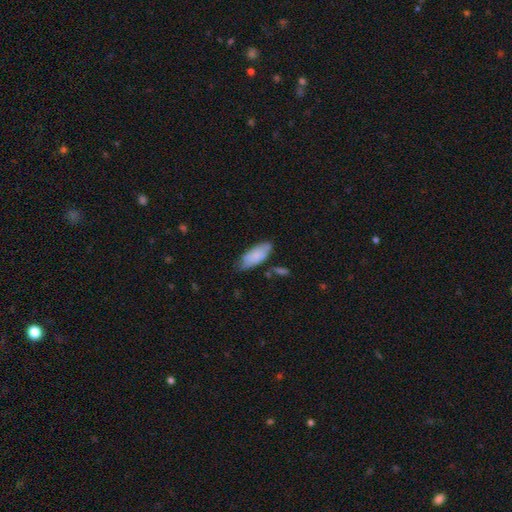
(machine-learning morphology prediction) Smooth or featured? smooth (78%)
How rounded? in between (84%)
Merging? none (59%)